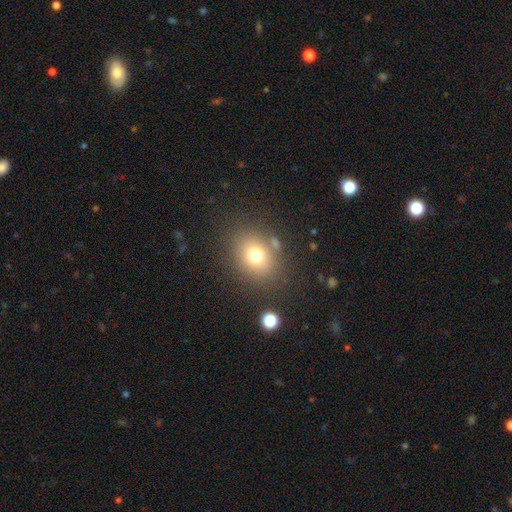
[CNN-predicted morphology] type=smooth (73%); roundness=round (60%); merging=none (77%).